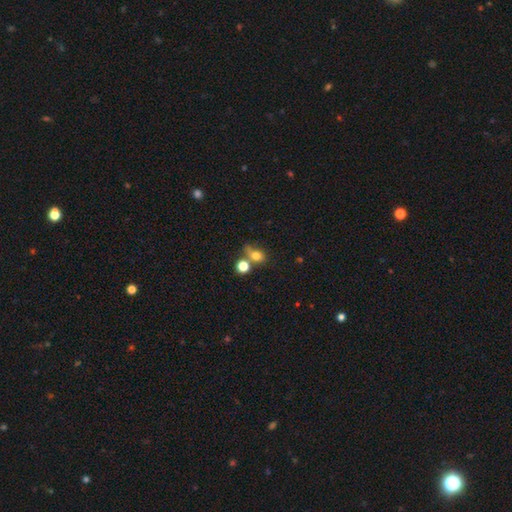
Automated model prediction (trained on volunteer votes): smooth_or_featured: smooth (p=0.74) [alt: star or artifact p=0.14]
how_rounded: round (p=0.55) [alt: in between p=0.43]
merging: none (p=0.44) [alt: merger p=0.30]